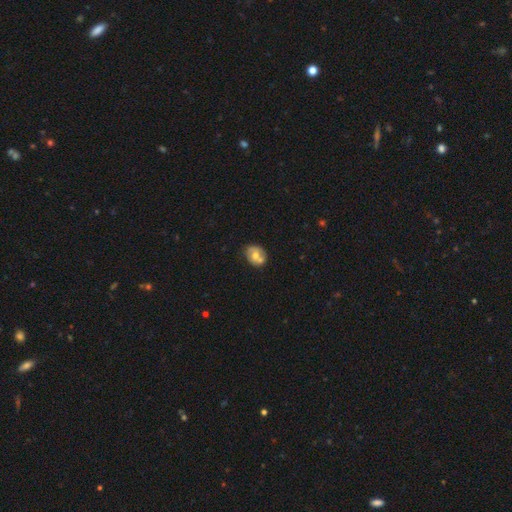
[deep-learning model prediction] Smooth or featured? smooth (51%)
How rounded? round (53%)
Merging? none (51%)